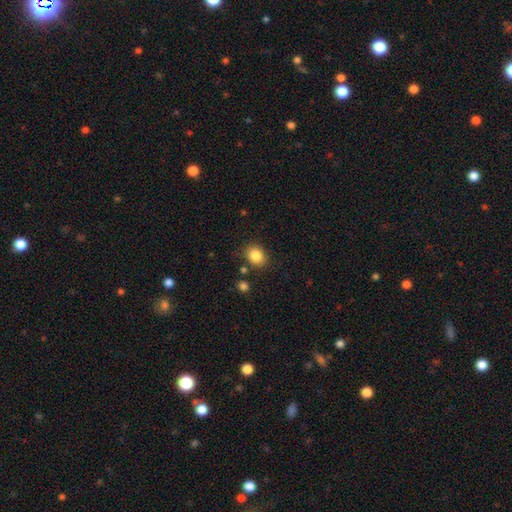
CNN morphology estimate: Smooth or featured? Predicted: smooth (p=0.85). How rounded? Predicted: round (p=0.51). Merging? Predicted: none (p=0.80).